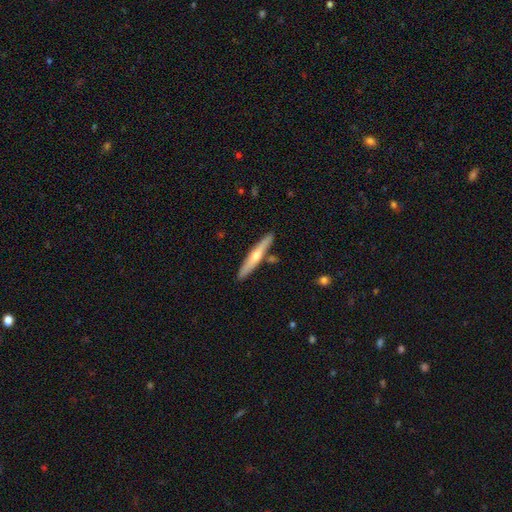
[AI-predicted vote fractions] The model was most divided on "smooth or featured": featured or disk: 59%, smooth: 35%, star or artifact: 6%. More confident: edge-on disk — yes (94%); merging — none (85%); edge-on bulge — rounded (85%).